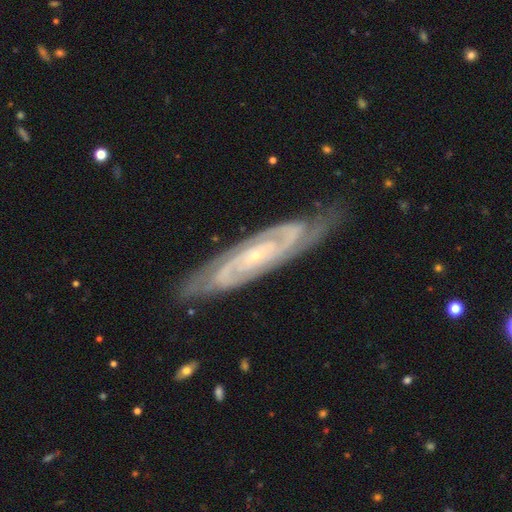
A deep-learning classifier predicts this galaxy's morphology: type=featured or disk (88%); edge-on=no (85%); bar=no (57%); spiral arms=yes (97%); winding=tight (66%); arm count=2 (53%); bulge=small (81%); merging=none (80%).